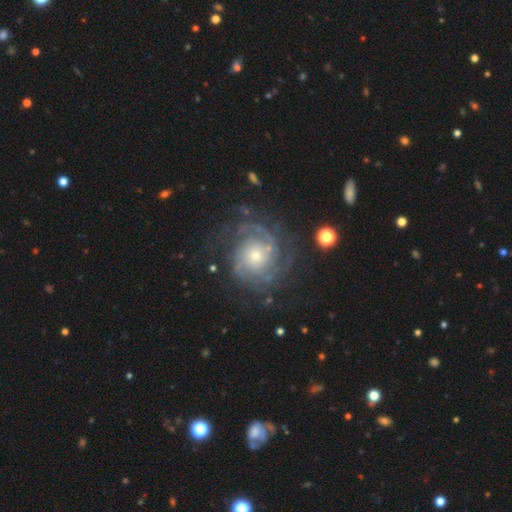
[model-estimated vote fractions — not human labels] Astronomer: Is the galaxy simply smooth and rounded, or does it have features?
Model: featured or disk — 88%.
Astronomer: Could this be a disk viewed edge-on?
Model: no — 98%.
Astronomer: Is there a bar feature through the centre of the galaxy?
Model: no — 80%.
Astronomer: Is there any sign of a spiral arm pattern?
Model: yes — 96%.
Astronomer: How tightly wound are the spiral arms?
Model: tight — 66%.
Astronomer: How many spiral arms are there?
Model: can't tell — 25% (runner-up: 2, 23%).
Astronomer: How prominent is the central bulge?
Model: small — 56% (runner-up: moderate, 36%).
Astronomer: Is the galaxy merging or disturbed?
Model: none — 71%.